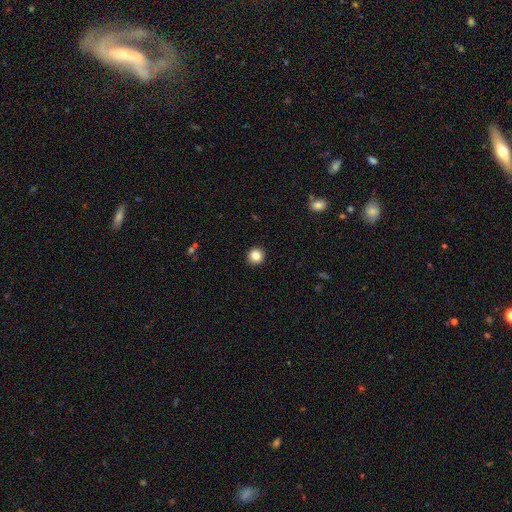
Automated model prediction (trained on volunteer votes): smooth_or_featured: smooth (p=0.84) [alt: star or artifact p=0.10]
how_rounded: round (p=0.95) [alt: in between p=0.04]
merging: none (p=0.94) [alt: minor disturbance p=0.04]